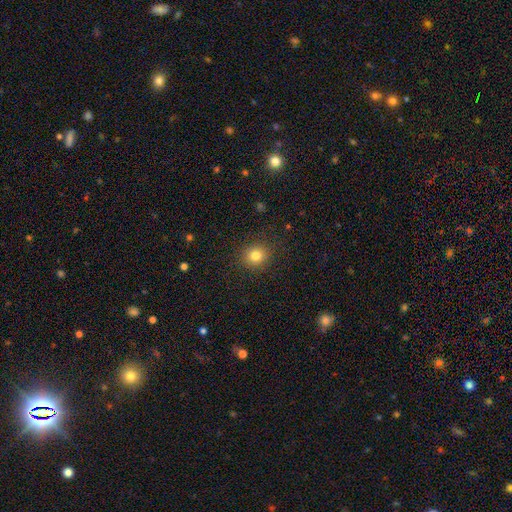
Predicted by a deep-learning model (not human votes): This appears to be a smooth galaxy with no disk features (81%) that is round (81%). Merging: none (89%).